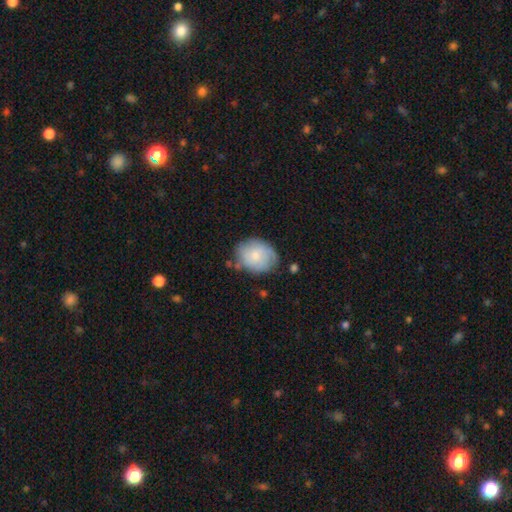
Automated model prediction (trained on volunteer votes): A smooth galaxy with no disk features (67%) that is in between round and cigar-shaped (50%). Merging: none (66%).